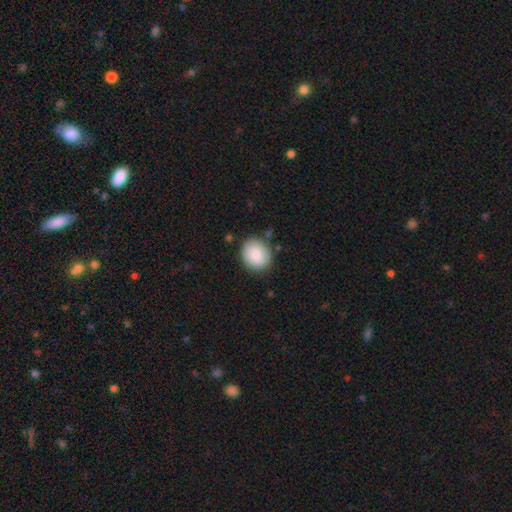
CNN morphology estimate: Smooth or featured?
  - smooth: 82% *
  - featured or disk: 11%
  - star or artifact: 7%
How rounded?
  - round: 77% *
  - in between: 22%
  - cigar-shaped: 1%
Merging?
  - none: 82% *
  - minor disturbance: 12%
  - major disturbance: 3%
  - merger: 3%